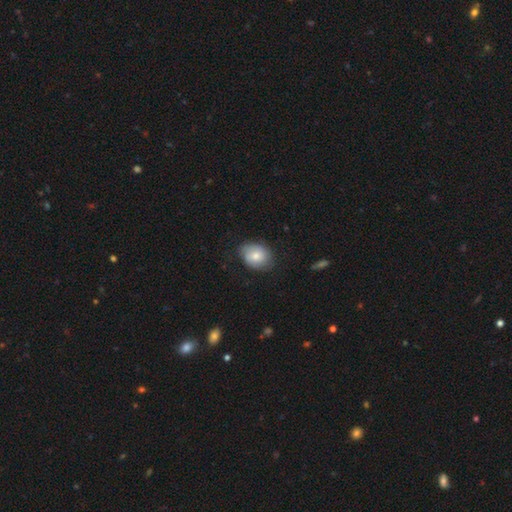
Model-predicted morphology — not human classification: Smooth or featured? smooth (74%)
How rounded? in between (57%)
Merging? none (72%)